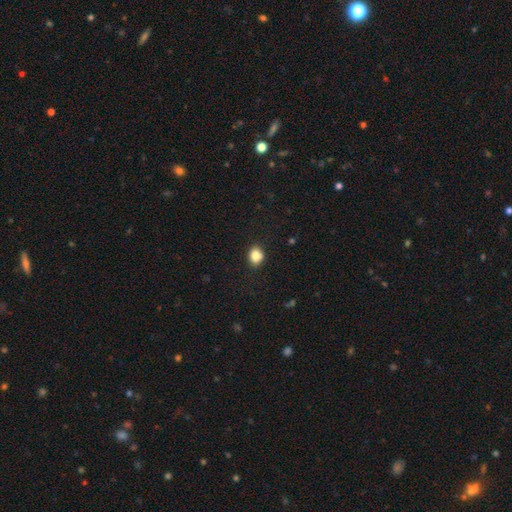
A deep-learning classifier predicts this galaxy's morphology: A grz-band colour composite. It shows a smooth galaxy with no disk features (85%) that is round (52%). Merging: none (86%).